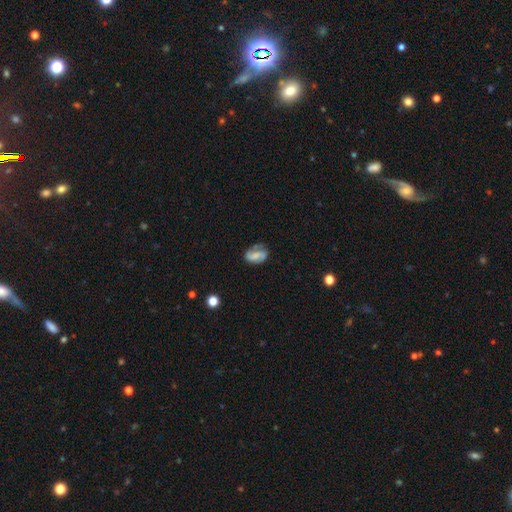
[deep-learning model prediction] smooth_or_featured: featured or disk (p=0.54) [alt: smooth p=0.38]
disk_edge_on: no (p=0.96) [alt: yes p=0.04]
bar: weak (p=0.38) [alt: no p=0.36]
has_spiral_arms: yes (p=0.84) [alt: no p=0.16]
bulge_size: none (p=0.34) [alt: small p=0.33]
merging: none (p=0.60) [alt: minor disturbance p=0.26]